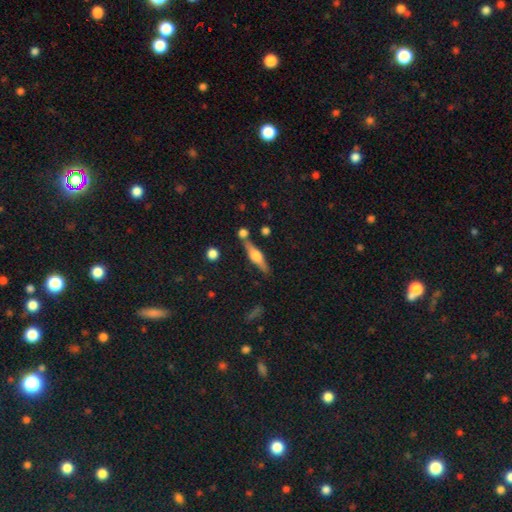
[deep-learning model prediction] smooth-or-featured: featured or disk: 67% | smooth: 26% | star or artifact: 7%
  disk-edge-on: yes: 96% | no: 4%
    edge-on-bulge: rounded: 90% | boxy: 7% | none: 2%
  merging: none: 78% | minor disturbance: 10% | merger: 9% | major disturbance: 3%